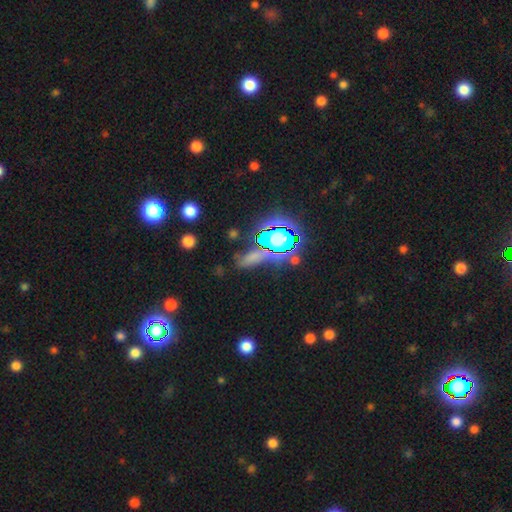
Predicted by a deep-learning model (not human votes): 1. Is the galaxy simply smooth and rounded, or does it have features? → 58% star or artifact, 30% smooth, 12% featured or disk.